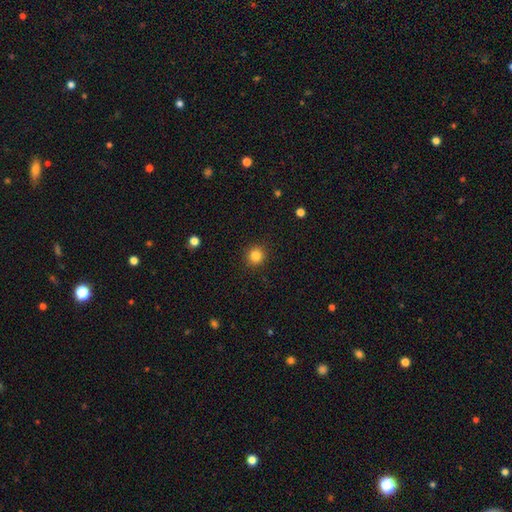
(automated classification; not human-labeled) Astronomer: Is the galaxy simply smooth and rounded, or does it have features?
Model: smooth — 84%.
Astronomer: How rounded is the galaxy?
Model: round — 92%.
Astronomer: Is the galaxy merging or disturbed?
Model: none — 91%.